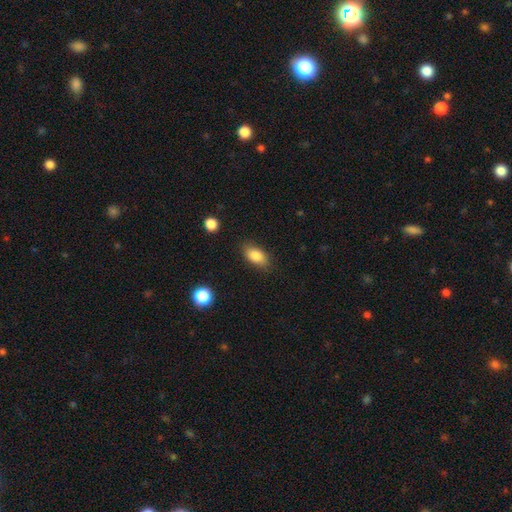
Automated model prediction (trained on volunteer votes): The model was most divided on "merging": none: 83%, minor disturbance: 13%, major disturbance: 3%, merger: 1%. More confident: how rounded — in between (88%); smooth or featured — smooth (84%).